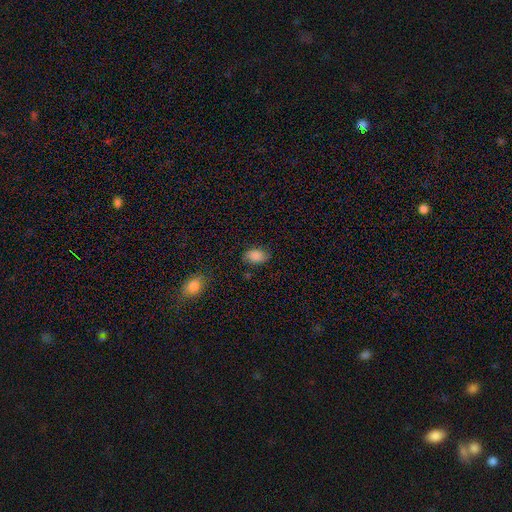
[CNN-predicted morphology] smooth-or-featured: smooth: 86% | star or artifact: 9% | featured or disk: 5%
  how-rounded: in between: 87% | round: 12% | cigar-shaped: 1%
  merging: none: 79% | minor disturbance: 16% | major disturbance: 4% | merger: 2%